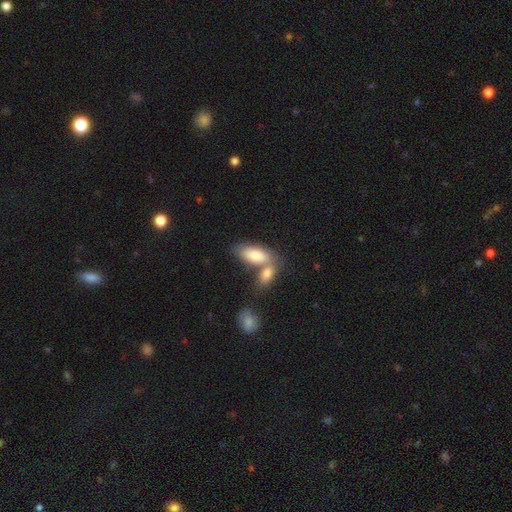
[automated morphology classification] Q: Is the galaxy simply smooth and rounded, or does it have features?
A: smooth — 83%.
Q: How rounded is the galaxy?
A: in between — 88%.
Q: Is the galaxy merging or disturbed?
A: merger — 48%.